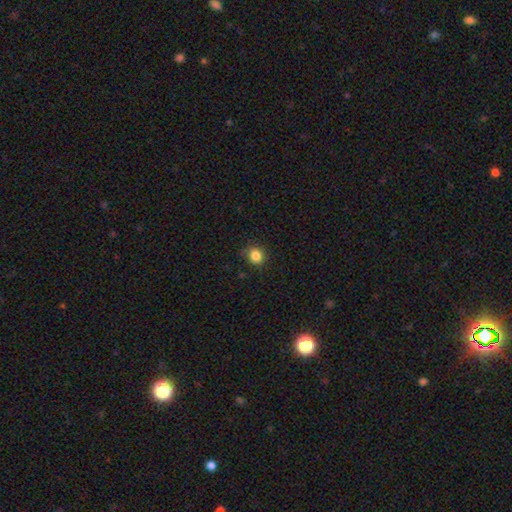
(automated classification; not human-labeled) Smooth or featured: smooth — 84% (star or artifact — 12%)
How rounded: round — 80% (in between — 19%)
Merging: none — 80% (minor disturbance — 15%)